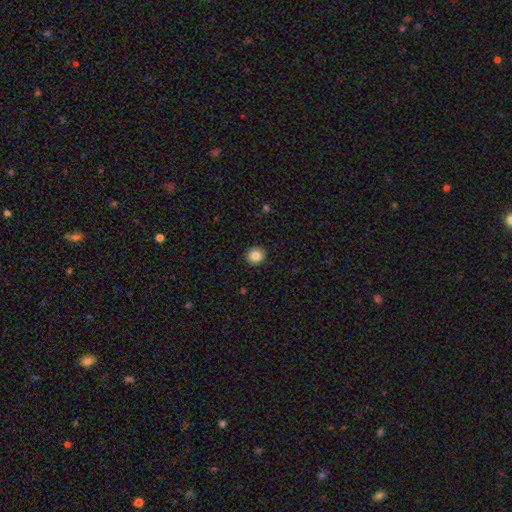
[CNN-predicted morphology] smooth_or_featured: smooth (p=0.83) [alt: star or artifact p=0.10]
how_rounded: round (p=0.87) [alt: in between p=0.12]
merging: none (p=0.92) [alt: minor disturbance p=0.05]